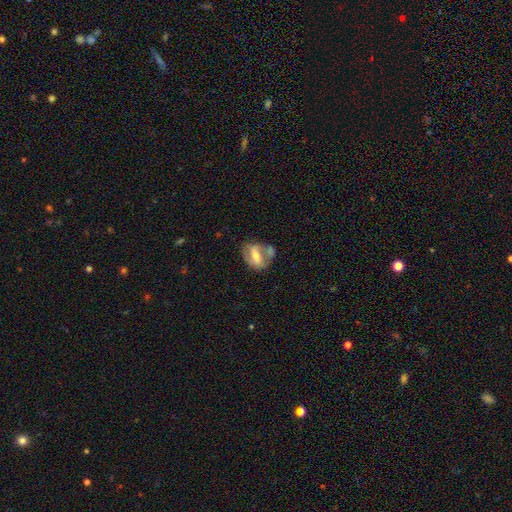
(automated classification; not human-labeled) A featured or disk galaxy (52%). Merging: none (39%).